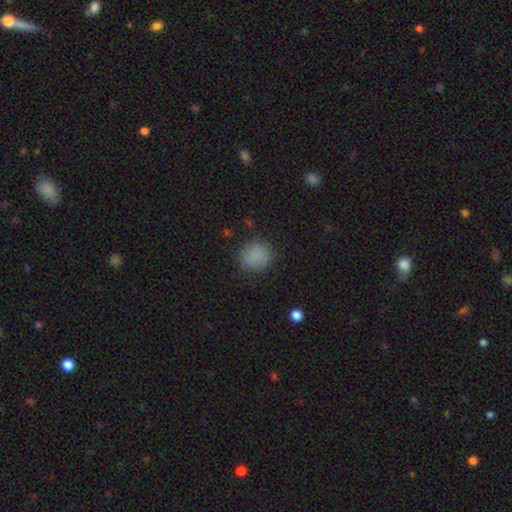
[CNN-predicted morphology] A smooth galaxy with no disk features (86%) that is round (81%).

Vote fractions:
- Smooth or featured? smooth: 86% / star or artifact: 10% / featured or disk: 4%
- How rounded? round: 81% / in between: 18% / cigar-shaped: 1%
- Merging? none: 84% / minor disturbance: 11% / major disturbance: 3% / merger: 1%